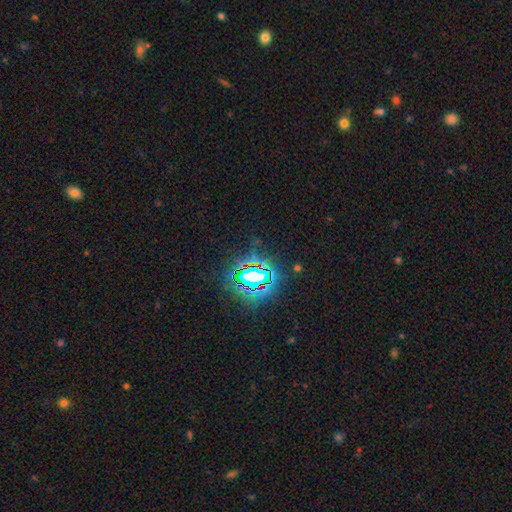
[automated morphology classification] This appears to be a star or artifact, not a galaxy (82%).